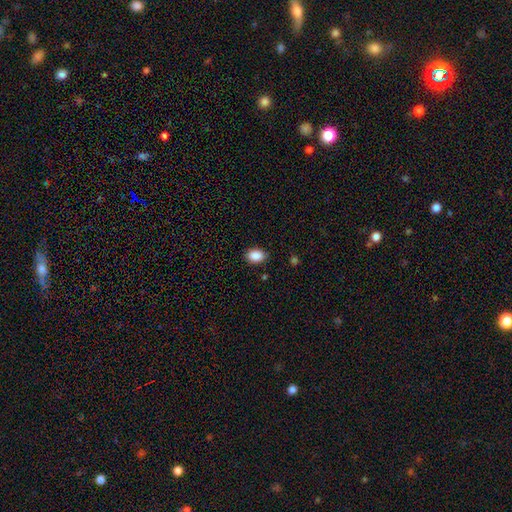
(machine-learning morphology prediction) This is clearly a smooth galaxy (89%). How rounded: likely in between (77%). Merging: clearly none (85%).